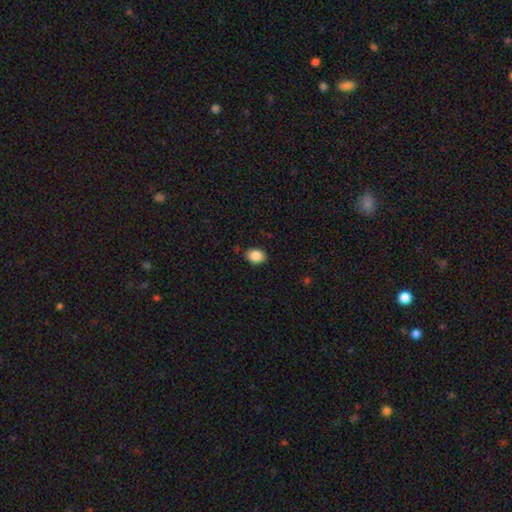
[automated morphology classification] smooth 88%, star or artifact 8%, featured or disk 4%. Down the decision tree: how rounded — in between (68%); merging — none (87%).